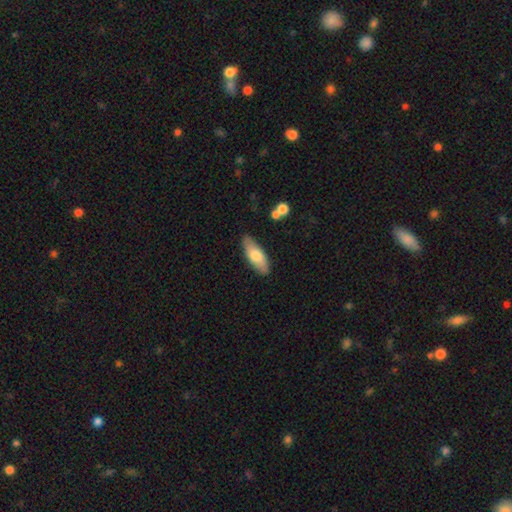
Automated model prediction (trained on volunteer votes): This is likely a smooth galaxy (71%). How rounded: likely in between (70%). Merging: clearly none (85%).